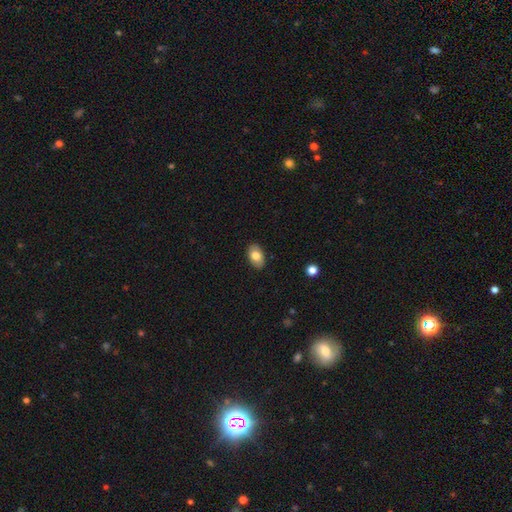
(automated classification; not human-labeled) A smooth galaxy with no disk features (78%) that is in between round and cigar-shaped (89%).

Vote fractions:
- Smooth or featured? smooth: 78% / featured or disk: 15% / star or artifact: 7%
- How rounded? in between: 89% / round: 10% / cigar-shaped: 1%
- Merging? none: 88% / minor disturbance: 9% / major disturbance: 2% / merger: 1%